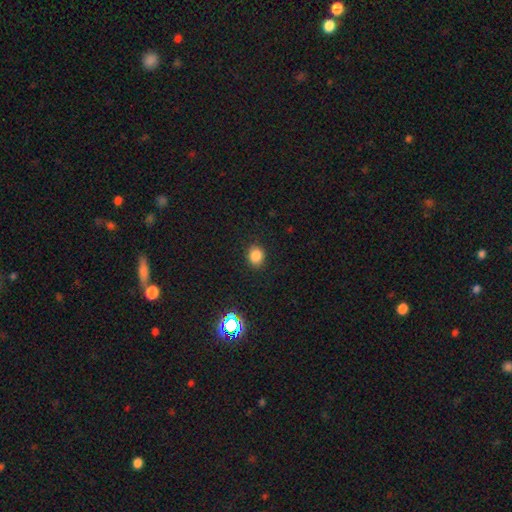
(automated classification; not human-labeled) Smooth or featured?
  - smooth: 83% *
  - star or artifact: 13%
  - featured or disk: 4%
How rounded?
  - round: 68% *
  - in between: 31%
  - cigar-shaped: 1%
Merging?
  - none: 88% *
  - minor disturbance: 9%
  - major disturbance: 3%
  - merger: 1%